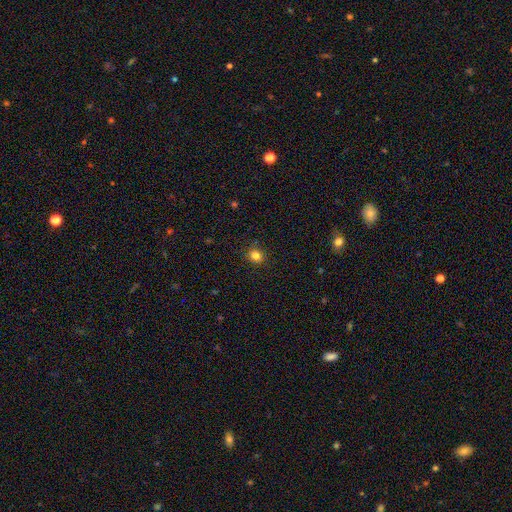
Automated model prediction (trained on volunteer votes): Smooth or featured: smooth — 82% (star or artifact — 13%)
How rounded: round — 72% (in between — 27%)
Merging: none — 89% (minor disturbance — 8%)